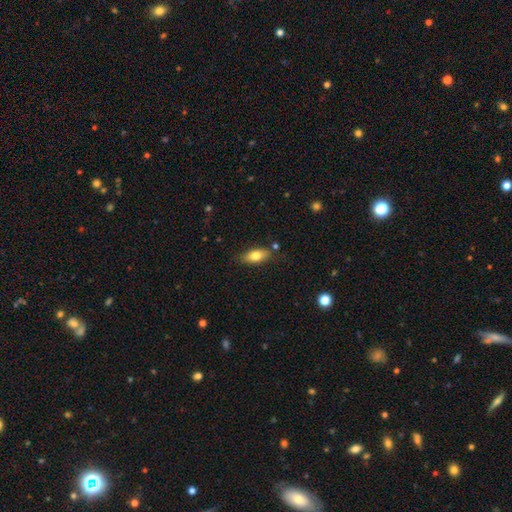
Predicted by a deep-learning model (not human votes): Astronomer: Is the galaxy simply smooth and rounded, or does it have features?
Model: smooth — 77%.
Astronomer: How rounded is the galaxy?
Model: in between — 86%.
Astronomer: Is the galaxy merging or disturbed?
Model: none — 78%.